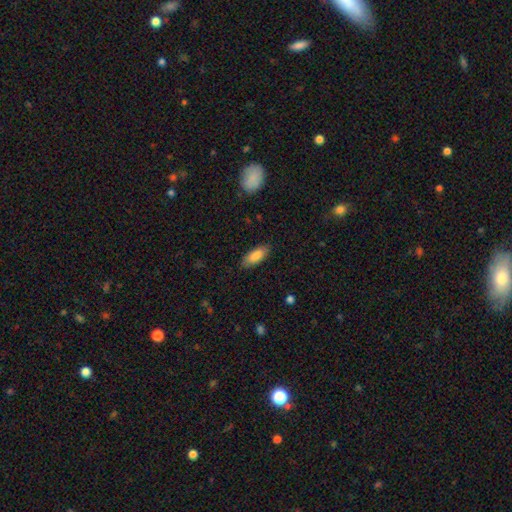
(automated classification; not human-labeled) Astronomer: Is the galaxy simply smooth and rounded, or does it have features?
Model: smooth — 86%.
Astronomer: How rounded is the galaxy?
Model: in between — 77%.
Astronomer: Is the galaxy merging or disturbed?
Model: none — 86%.